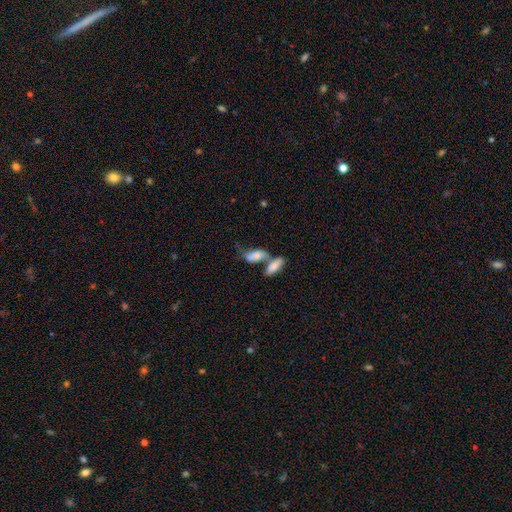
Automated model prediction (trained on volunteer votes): Smooth or featured?
  - smooth: 71% *
  - featured or disk: 21%
  - star or artifact: 8%
How rounded?
  - in between: 80% *
  - cigar-shaped: 16%
  - round: 4%
Merging?
  - merger: 60% *
  - none: 21%
  - minor disturbance: 11%
  - major disturbance: 9%